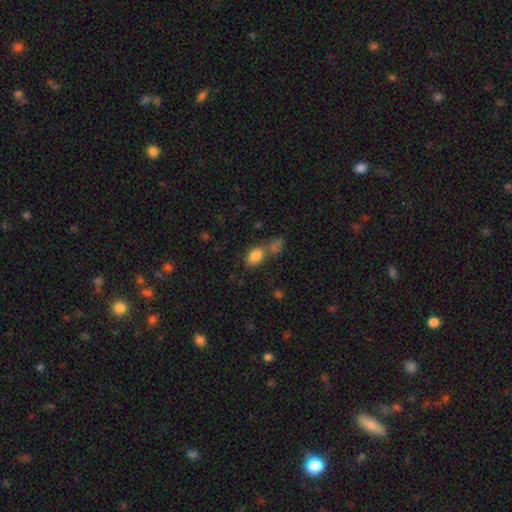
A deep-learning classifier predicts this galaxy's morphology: This is clearly a smooth galaxy (83%). How rounded: clearly in between (88%). Merging: marginally none (45%).